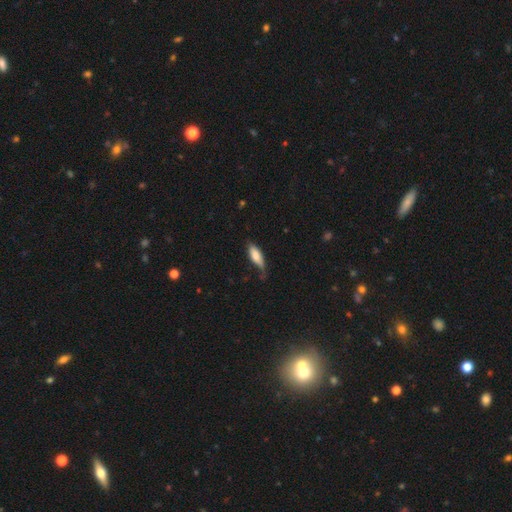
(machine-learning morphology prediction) smooth_or_featured: smooth (p=0.78) [alt: featured or disk p=0.16]
how_rounded: in between (p=0.67) [alt: cigar-shaped p=0.31]
merging: none (p=0.50) [alt: minor disturbance p=0.37]